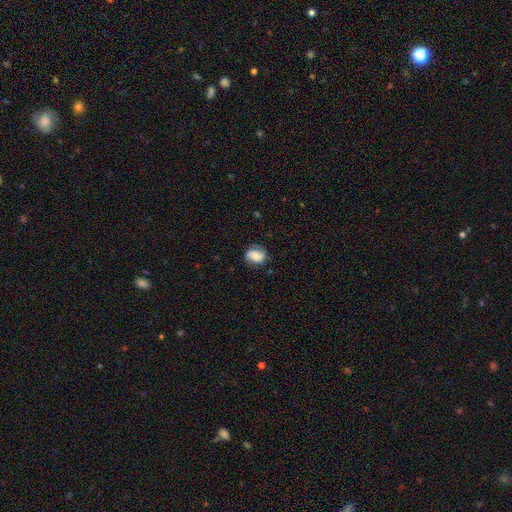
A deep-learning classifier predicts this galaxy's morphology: Smooth or featured? Predicted: smooth (p=0.57). How rounded? Predicted: in between (p=0.50). Merging? Predicted: none (p=0.67).